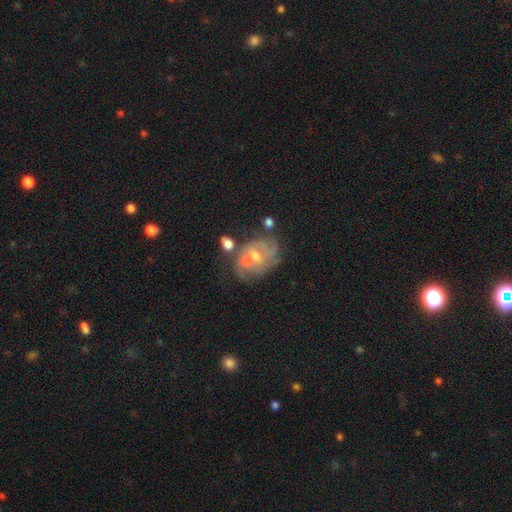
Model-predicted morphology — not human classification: This appears to be a featured or disk galaxy (70%) with a weak bar (48%), tight (49%) spiral arms (81%) and a small central bulge (52%). Merging: none (48%).